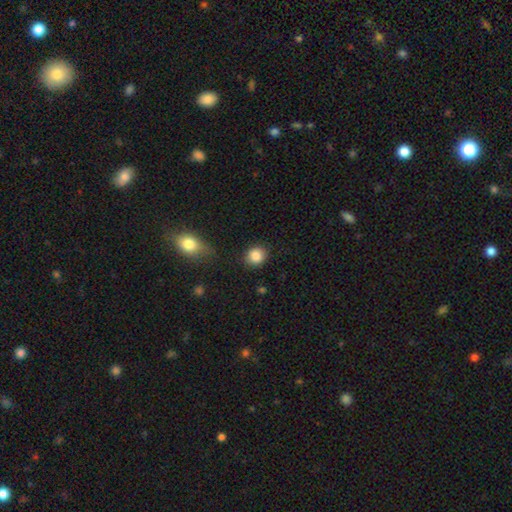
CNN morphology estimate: smooth_or_featured: smooth (p=0.86) [alt: star or artifact p=0.09]
how_rounded: round (p=0.77) [alt: in between p=0.22]
merging: none (p=0.86) [alt: minor disturbance p=0.09]